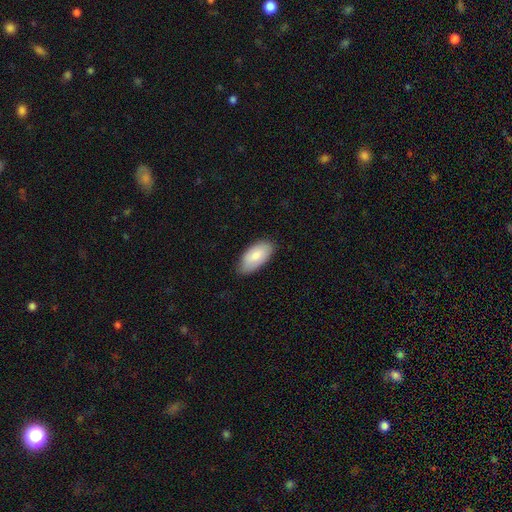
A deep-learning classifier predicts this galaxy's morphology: Overall: smooth (82%). How rounded: in between (94%). Merging: none (79%).